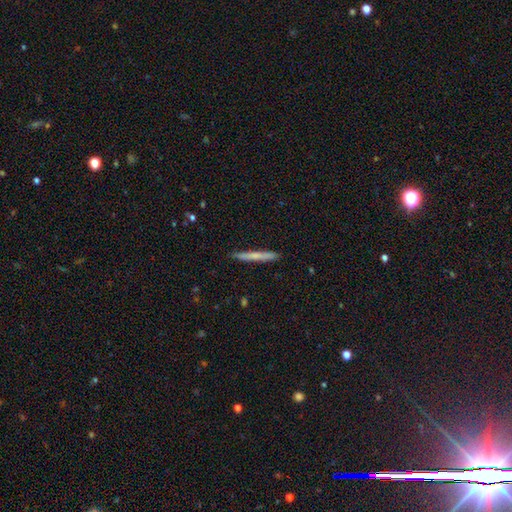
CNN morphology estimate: smooth_or_featured: smooth (p=0.60) [alt: featured or disk p=0.34]
how_rounded: cigar-shaped (p=0.97) [alt: in between p=0.02]
merging: none (p=0.91) [alt: minor disturbance p=0.07]